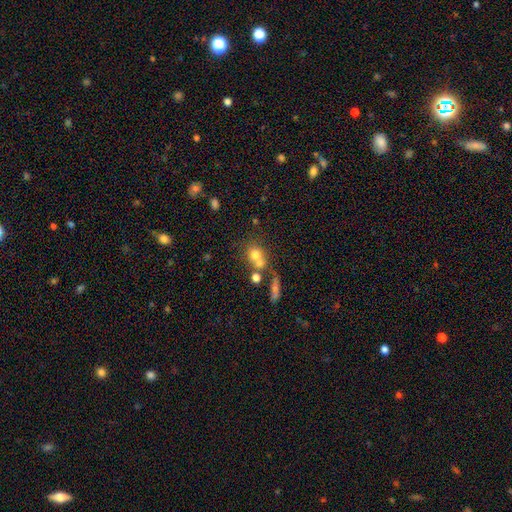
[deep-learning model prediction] Smooth or featured? smooth (69%)
How rounded? round (73%)
Merging? merger (46%)